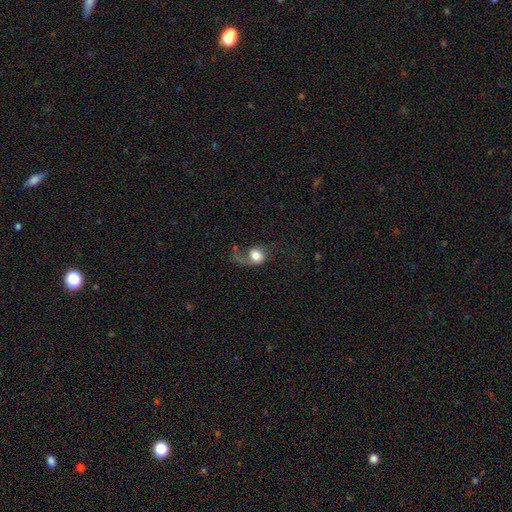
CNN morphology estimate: Smooth or featured? smooth (55%)
How rounded? round (71%)
Merging? major disturbance (51%)